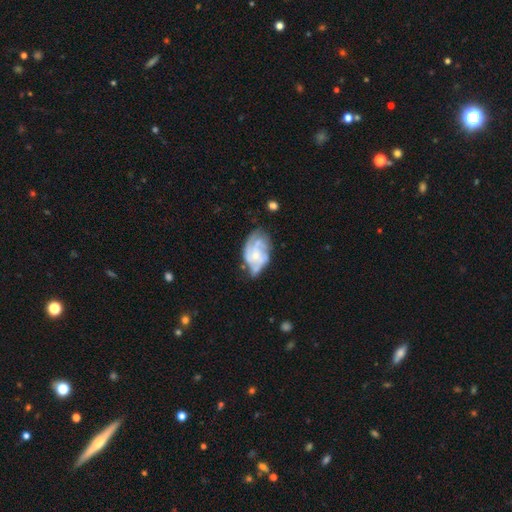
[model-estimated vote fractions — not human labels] featured or disk 79%, smooth 15%, star or artifact 6%. Down the decision tree: edge-on disk — no (97%); bar — no (72%); spiral arms — yes (88%); spiral arm count — 3 (34%); spiral winding — tight (47%); bulge size — small (61%); merging — none (48%).